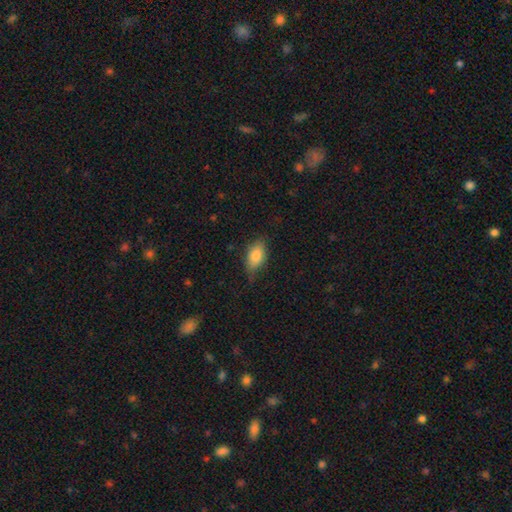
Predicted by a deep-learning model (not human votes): smooth_or_featured: smooth (p=0.81) [alt: featured or disk p=0.12]
how_rounded: in between (p=0.90) [alt: cigar-shaped p=0.06]
merging: none (p=0.69) [alt: minor disturbance p=0.25]